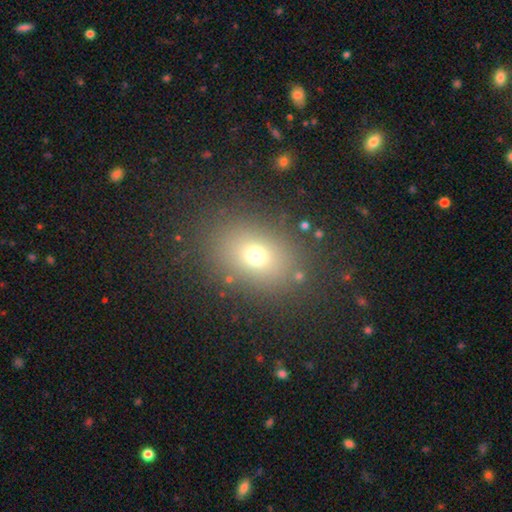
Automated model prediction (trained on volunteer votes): smooth-or-featured: smooth: 70% | star or artifact: 18% | featured or disk: 12%
  how-rounded: in between: 62% | round: 36% | cigar-shaped: 1%
  merging: none: 85% | minor disturbance: 9% | major disturbance: 5% | merger: 2%